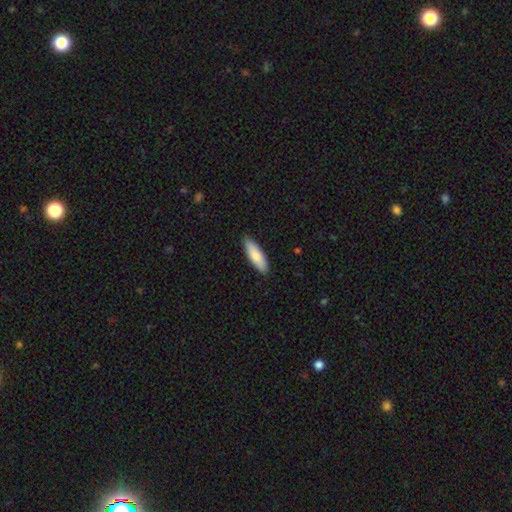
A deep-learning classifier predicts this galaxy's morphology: A smooth galaxy with no disk features (83%) that is cigar-shaped (52%).

Vote fractions:
- Smooth or featured? smooth: 83% / featured or disk: 12% / star or artifact: 5%
- How rounded? cigar-shaped: 52% / in between: 46% / round: 1%
- Merging? none: 89% / minor disturbance: 9% / major disturbance: 2% / merger: 1%